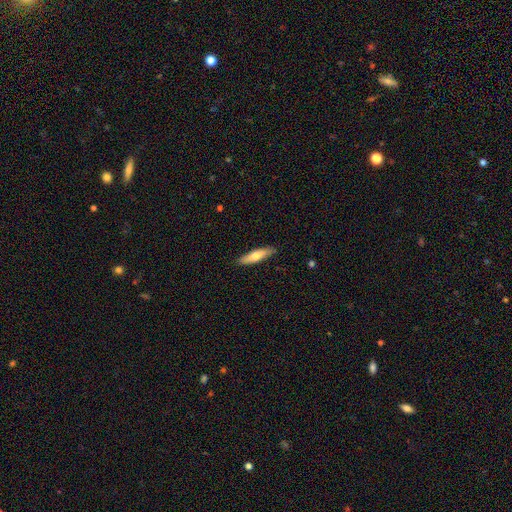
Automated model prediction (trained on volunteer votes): This is likely a smooth galaxy (64%). How rounded: likely cigar-shaped (70%). Merging: clearly none (88%).